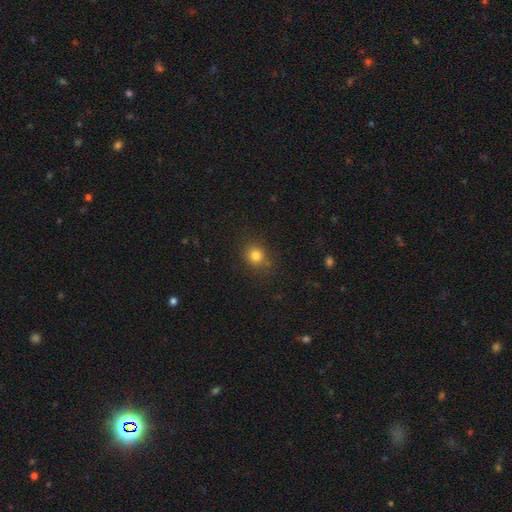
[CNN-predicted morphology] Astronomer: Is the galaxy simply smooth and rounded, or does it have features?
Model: smooth — 80%.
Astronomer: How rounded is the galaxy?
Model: round — 79%.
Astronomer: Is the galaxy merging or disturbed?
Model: none — 80%.